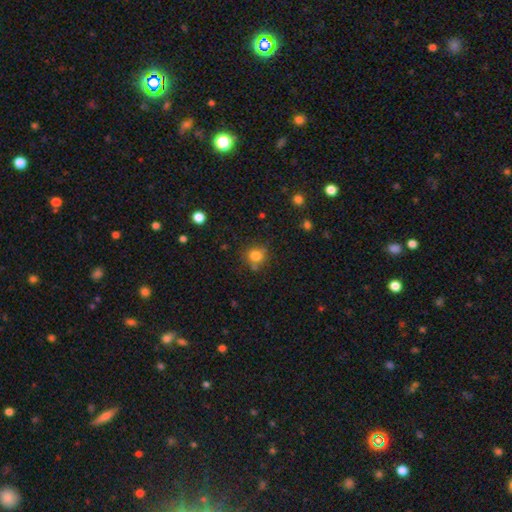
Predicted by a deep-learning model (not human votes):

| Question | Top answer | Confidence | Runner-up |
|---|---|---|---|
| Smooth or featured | smooth | 79% | star or artifact (13%) |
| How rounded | round | 87% | in between (12%) |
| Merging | none | 72% | minor disturbance (15%) |